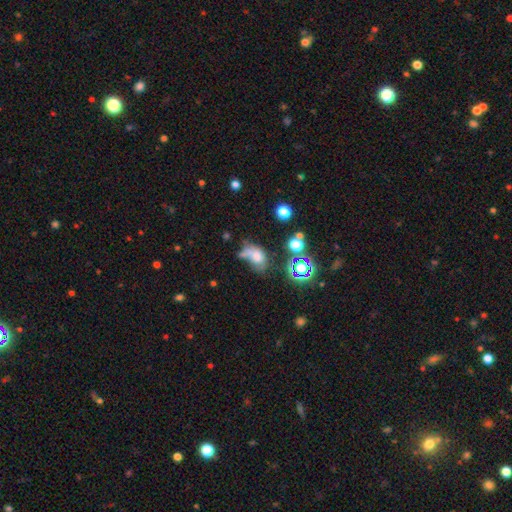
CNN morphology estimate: type=smooth (59%); roundness=in between (76%); merging=merger (29%).